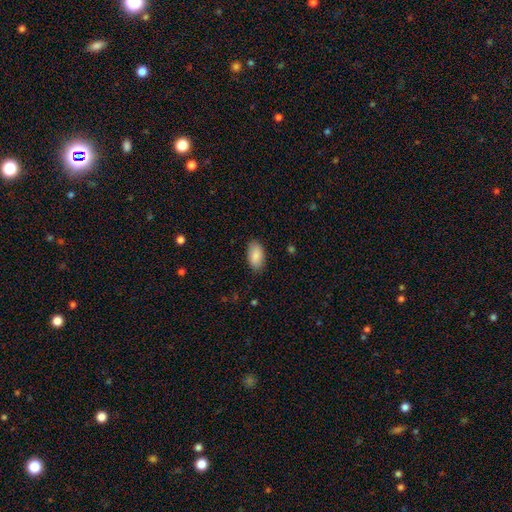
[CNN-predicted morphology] smooth_or_featured: smooth (p=0.87) [alt: featured or disk p=0.07]
how_rounded: in between (p=0.94) [alt: round p=0.03]
merging: none (p=0.85) [alt: minor disturbance p=0.12]